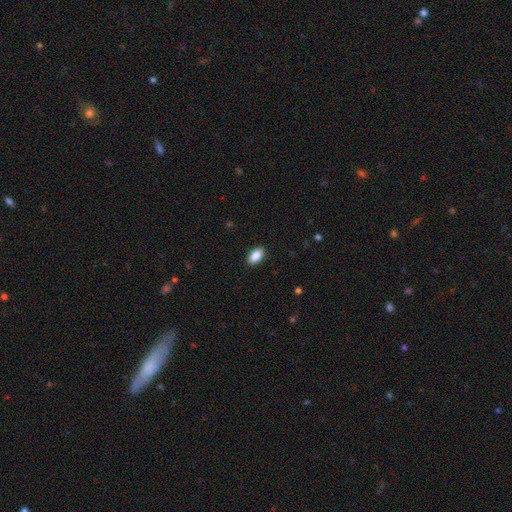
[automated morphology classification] This appears to be a smooth galaxy with no disk features (90%) that is in between round and cigar-shaped (93%). Merging: none (89%).